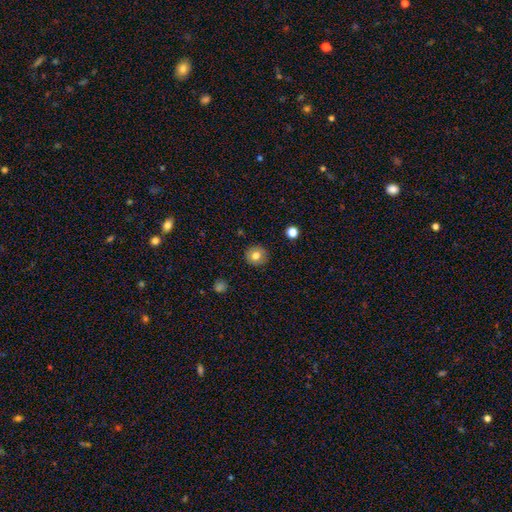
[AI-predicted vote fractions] This is likely a smooth galaxy (79%). How rounded: clearly round (91%). Merging: clearly none (91%).